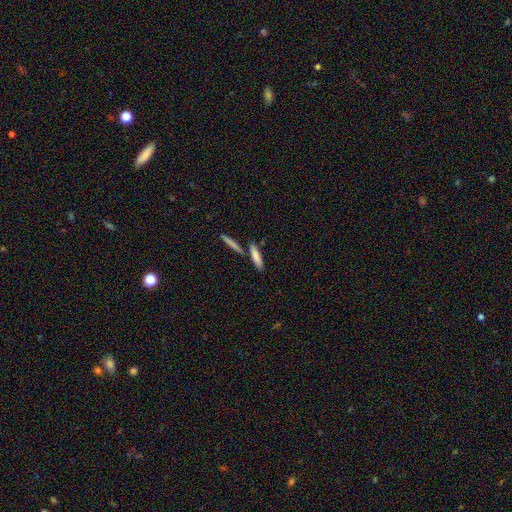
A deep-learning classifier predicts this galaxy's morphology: Overall: smooth (79%). How rounded: cigar-shaped (71%). Merging: none (68%).